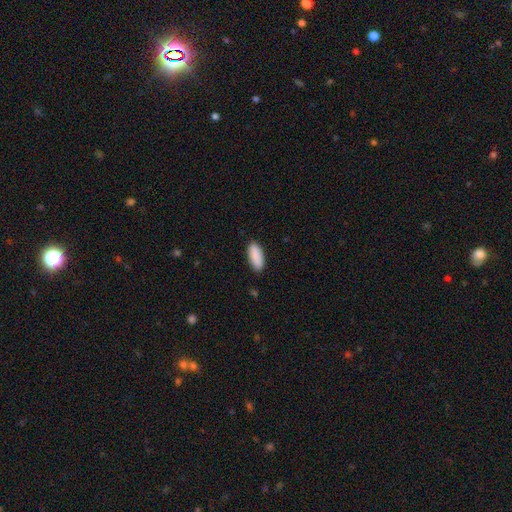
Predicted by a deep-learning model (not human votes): A smooth galaxy with no disk features (91%) that is in between round and cigar-shaped (84%). Merging: none (88%).